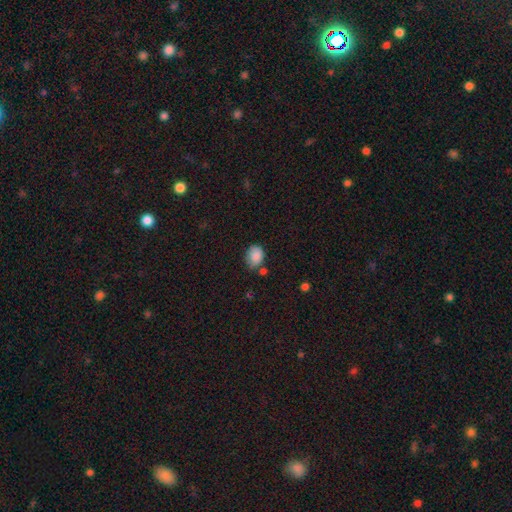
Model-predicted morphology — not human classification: The model was most divided on "how rounded": in between: 63%, round: 36%, cigar-shaped: 1%. More confident: smooth or featured — smooth (86%); merging — none (61%).